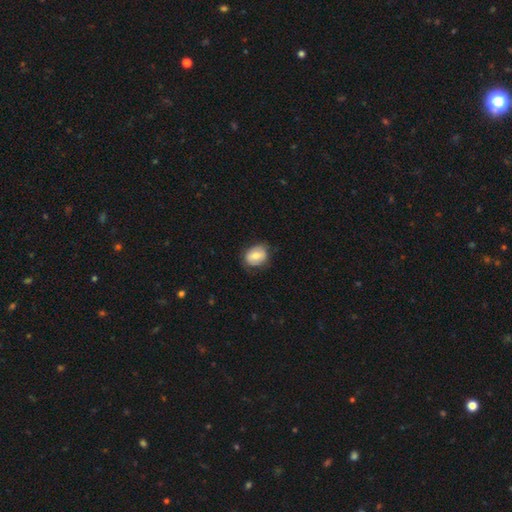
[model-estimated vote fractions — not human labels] Smooth or featured? Predicted: smooth (p=0.68). How rounded? Predicted: in between (p=0.56). Merging? Predicted: none (p=0.75).